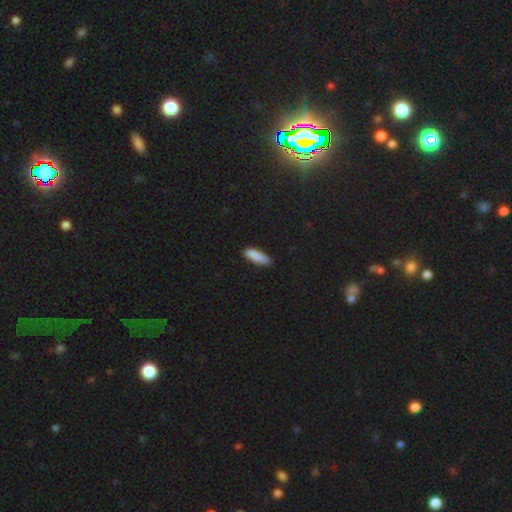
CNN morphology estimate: smooth_or_featured: smooth (p=0.89) [alt: star or artifact p=0.06]
how_rounded: cigar-shaped (p=0.53) [alt: in between p=0.46]
merging: none (p=0.86) [alt: minor disturbance p=0.11]